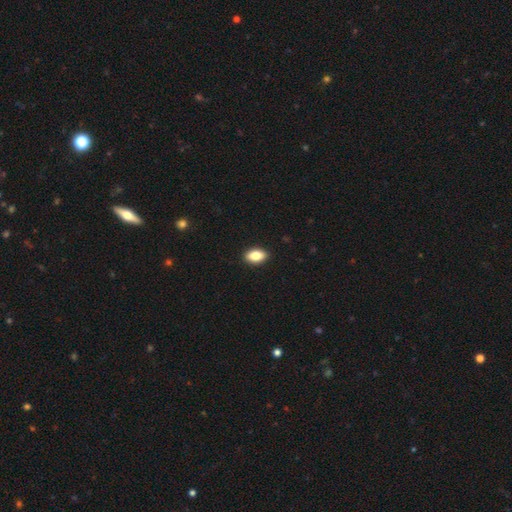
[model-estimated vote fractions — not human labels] Smooth or featured?
  - smooth: 83% *
  - featured or disk: 10%
  - star or artifact: 8%
How rounded?
  - in between: 89% *
  - round: 8%
  - cigar-shaped: 3%
Merging?
  - none: 90% *
  - minor disturbance: 7%
  - major disturbance: 2%
  - merger: 1%